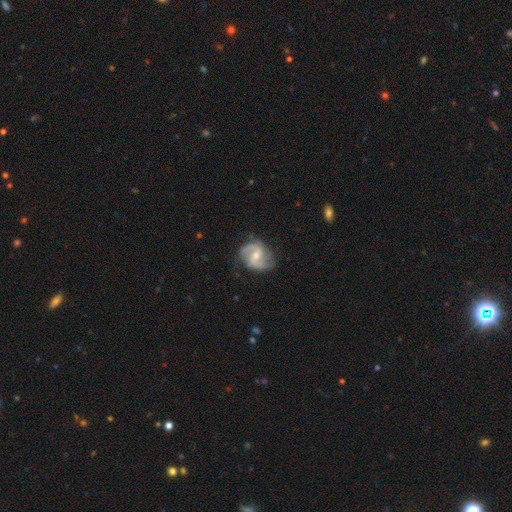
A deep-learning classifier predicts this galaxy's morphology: A featured or disk galaxy (87%) with a weak bar (48%), 2 (88%) medium (55%) spiral arms (97%) and a moderate central bulge (51%).

Vote fractions:
- Smooth or featured? featured or disk: 87% / smooth: 8% / star or artifact: 5%
- Edge-on disk? no: 98% / yes: 2%
- Bar? weak: 48% / no: 40% / strong: 12%
- Spiral arms? yes: 97% / no: 3%
- Spiral winding? medium: 55% / loose: 25% / tight: 20%
- Spiral arm count? 2: 88% / 3: 4% / can't tell: 4% / 1: 2% / 4: 1% / more than 4: 1%
- Bulge size? moderate: 51% / small: 44% / none: 2% / large: 2% / dominant: 1%
- Merging? none: 75% / minor disturbance: 18% / major disturbance: 6% / merger: 1%